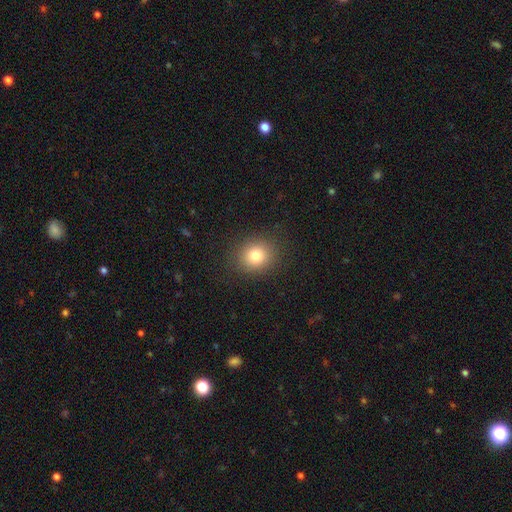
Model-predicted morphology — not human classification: Smooth or featured: smooth — 80% (star or artifact — 12%)
How rounded: round — 76% (in between — 23%)
Merging: none — 89% (minor disturbance — 7%)